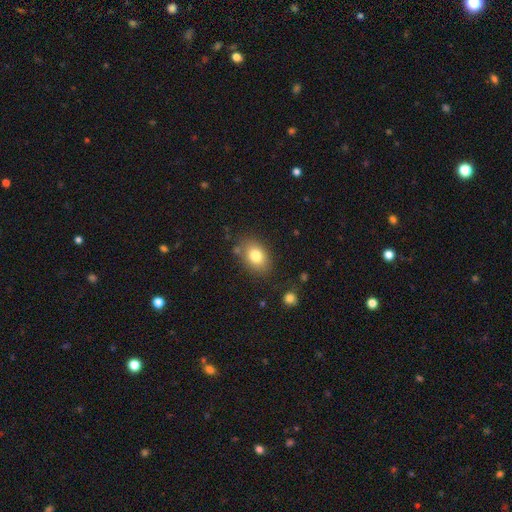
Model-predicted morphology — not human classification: A smooth galaxy with no disk features (80%) that is in between round and cigar-shaped (79%).

Vote fractions:
- Smooth or featured? smooth: 80% / featured or disk: 11% / star or artifact: 9%
- How rounded? in between: 79% / round: 19% / cigar-shaped: 1%
- Merging? none: 79% / minor disturbance: 14% / merger: 4% / major disturbance: 4%